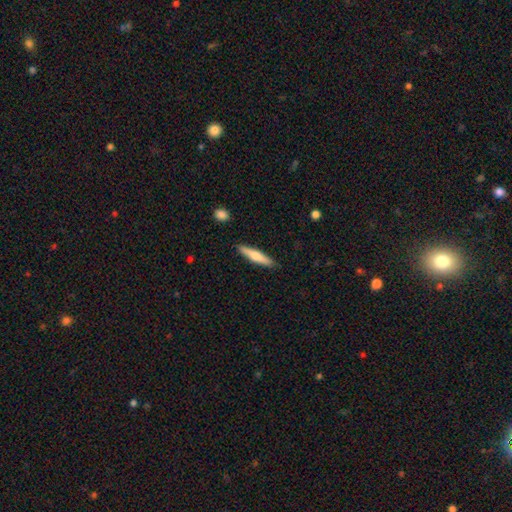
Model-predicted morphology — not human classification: smooth-or-featured: smooth: 60% | featured or disk: 34% | star or artifact: 5%
  how-rounded: cigar-shaped: 87% | in between: 12% | round: 2%
  merging: none: 89% | minor disturbance: 8% | major disturbance: 2% | merger: 2%